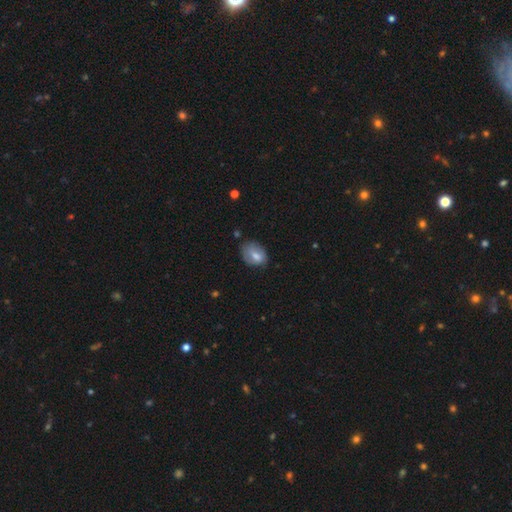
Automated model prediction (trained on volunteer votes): This appears to be a smooth galaxy with no disk features (73%) that is in between round and cigar-shaped (77%). Merging: none (59%).